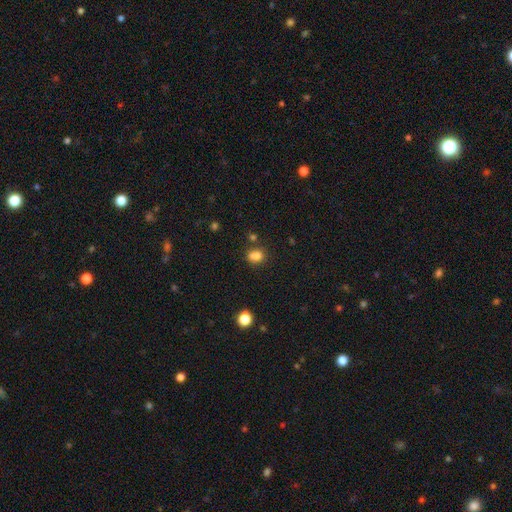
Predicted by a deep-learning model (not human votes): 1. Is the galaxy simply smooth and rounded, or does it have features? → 80% smooth, 13% star or artifact, 7% featured or disk.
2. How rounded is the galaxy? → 51% in between, 48% round, 1% cigar-shaped.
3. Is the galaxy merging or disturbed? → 58% none, 20% merger, 16% minor disturbance, 5% major disturbance.